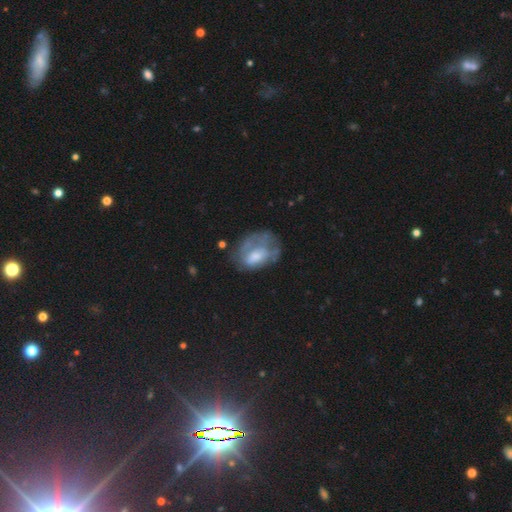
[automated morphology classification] Smooth or featured?
  - featured or disk: 46% * (tied)
  - smooth: 46% * (tied)
  - star or artifact: 9%
Merging?
  - none: 38% *
  - major disturbance: 30%
  - minor disturbance: 27%
  - merger: 4%